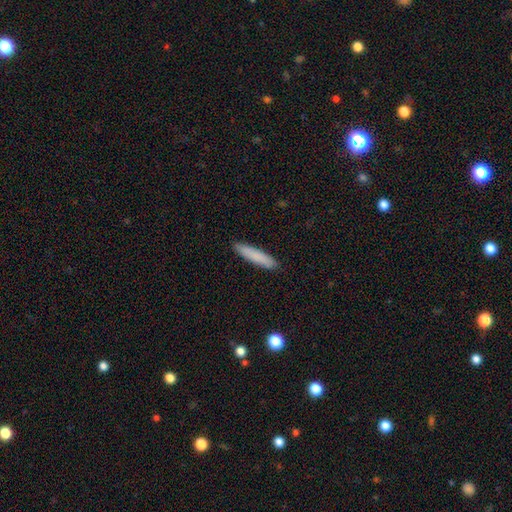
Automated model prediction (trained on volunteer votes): smooth 83%, featured or disk 11%, star or artifact 6%. Down the decision tree: how rounded — cigar-shaped (88%); merging — none (90%).